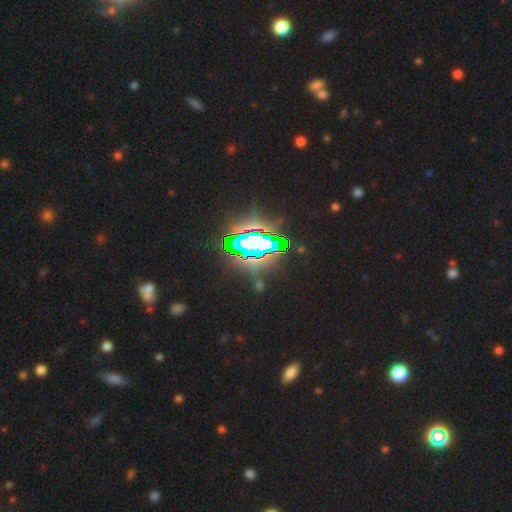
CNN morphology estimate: Smooth or featured? Predicted: star or artifact (p=0.84).